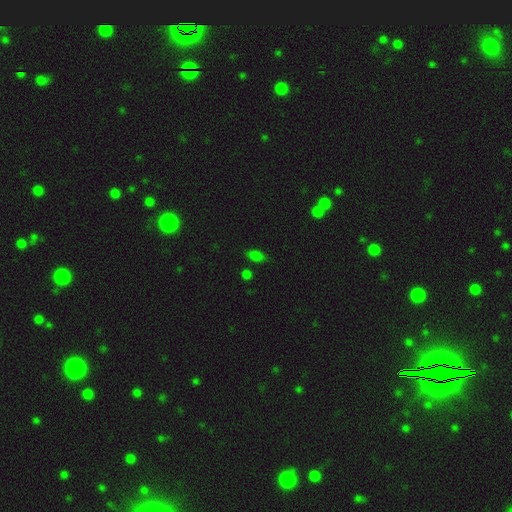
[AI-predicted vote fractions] This appears to be a smooth galaxy with no disk features (72%) that is in between round and cigar-shaped (84%). Merging: none (77%).